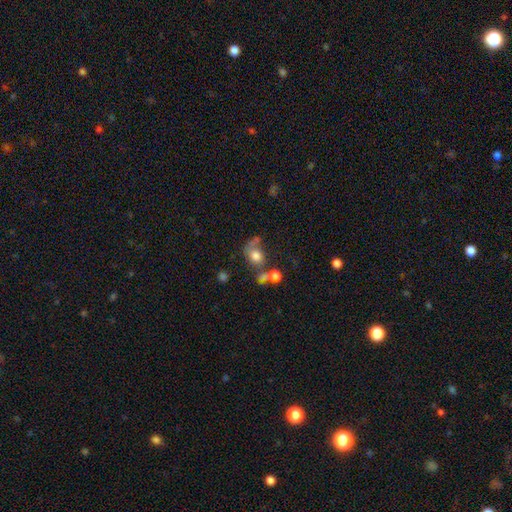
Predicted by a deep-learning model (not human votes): smooth 71%, featured or disk 16%, star or artifact 13%. Down the decision tree: how rounded — round (53%); merging — none (37%).